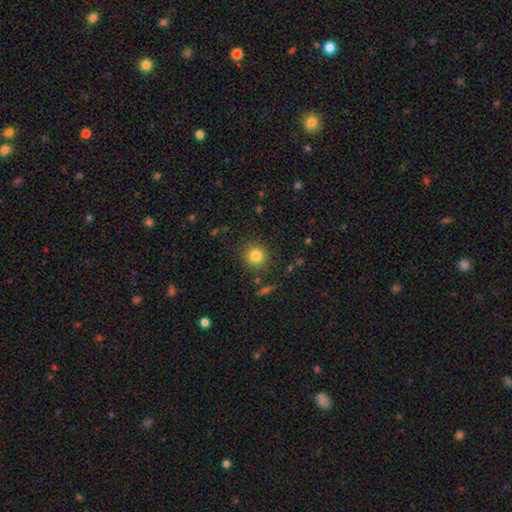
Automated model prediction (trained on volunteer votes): Morphology: type=smooth (82%); roundness=round (93%); merging=none (88%).